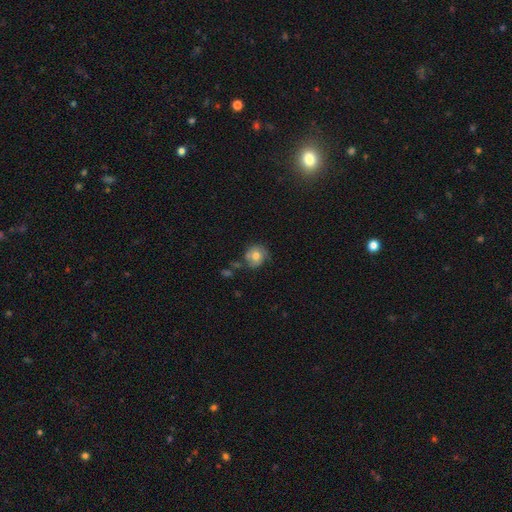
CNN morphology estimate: A smooth galaxy with no disk features (68%) that is round (79%). Merging: none (61%).